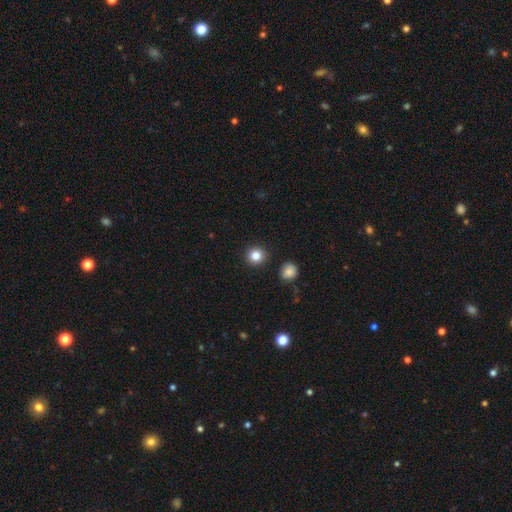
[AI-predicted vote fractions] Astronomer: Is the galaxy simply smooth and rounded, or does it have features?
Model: smooth — 83%.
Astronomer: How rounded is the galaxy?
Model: round — 92%.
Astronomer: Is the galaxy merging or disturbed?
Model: none — 91%.